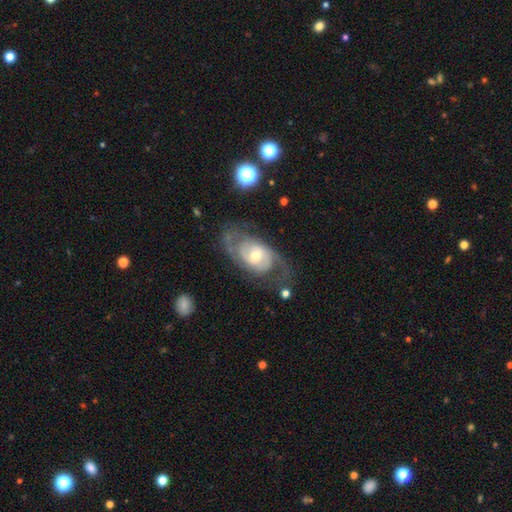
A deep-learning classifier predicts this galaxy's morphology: Overall: featured or disk (81%). Edge-on disk: no (95%). Bar: no (62%; weak 30%). Spiral arms: yes (89%). Spiral arm count: 2 (71%). Spiral winding: medium (44%; tight 37%). Bulge size: moderate (56%; small 37%). Merging: none (62%).